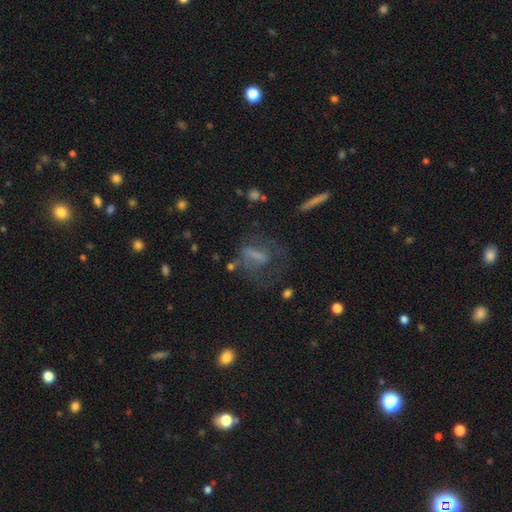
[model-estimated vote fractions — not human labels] Smooth or featured?
  - featured or disk: 45% *
  - smooth: 38%
  - star or artifact: 17%
Merging?
  - major disturbance: 41% *
  - none: 37%
  - minor disturbance: 18%
  - merger: 4%